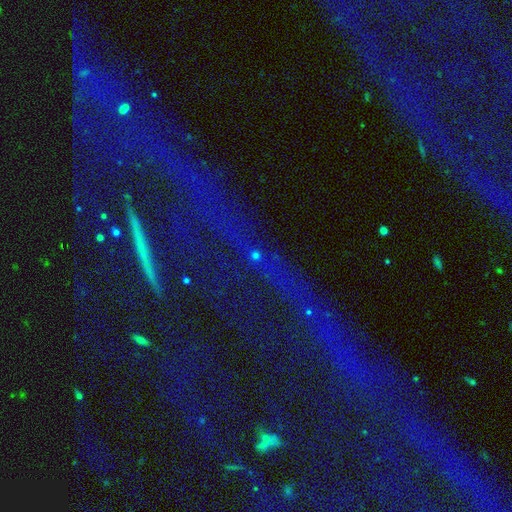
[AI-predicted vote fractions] smooth_or_featured: star or artifact (p=0.62) [alt: smooth p=0.24]